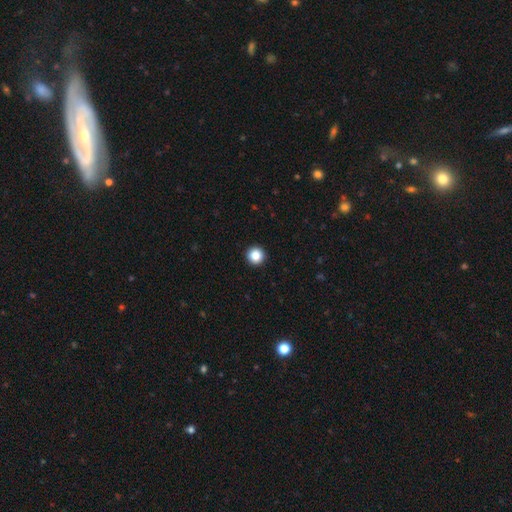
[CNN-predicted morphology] A smooth galaxy with no disk features (86%) that is round (96%). Merging: none (94%).